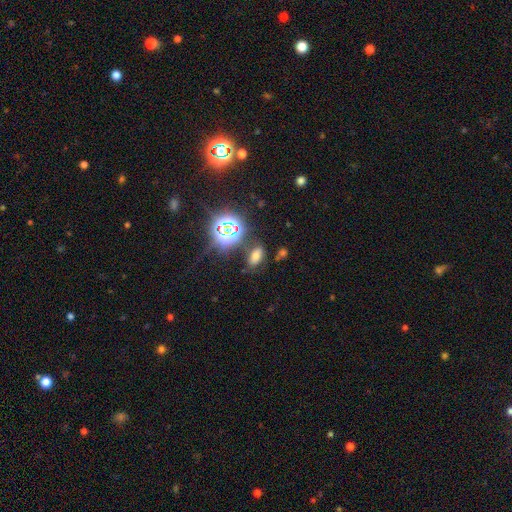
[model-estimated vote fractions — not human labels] Smooth or featured: smooth — 51% (star or artifact — 37%)
How rounded: in between — 87% (round — 8%)
Merging: none — 74% (minor disturbance — 14%)